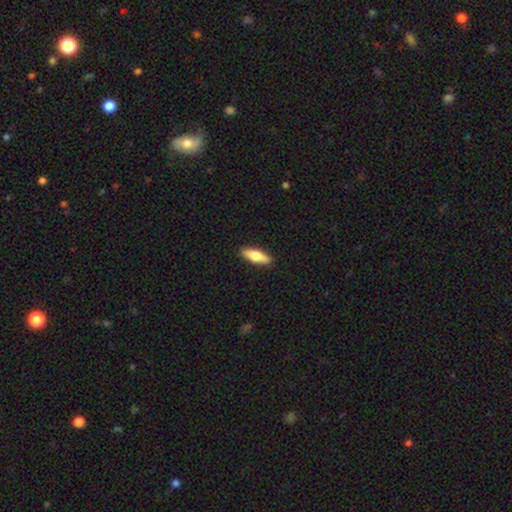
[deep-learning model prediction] Smooth or featured: smooth — 63% (featured or disk — 31%)
How rounded: in between — 51% (cigar-shaped — 46%)
Merging: none — 90% (minor disturbance — 7%)